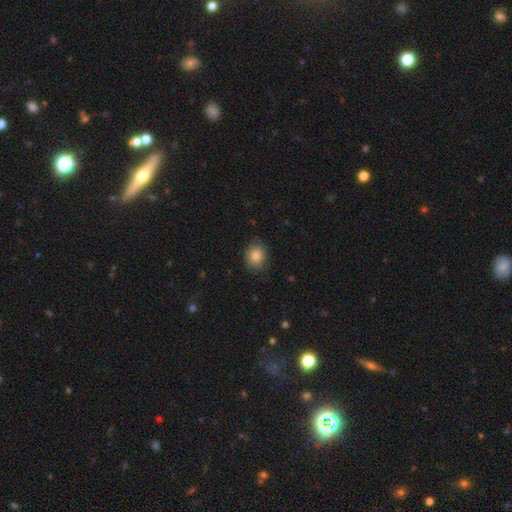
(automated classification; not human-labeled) A smooth galaxy with no disk features (85%) that is round (65%). Merging: none (80%).